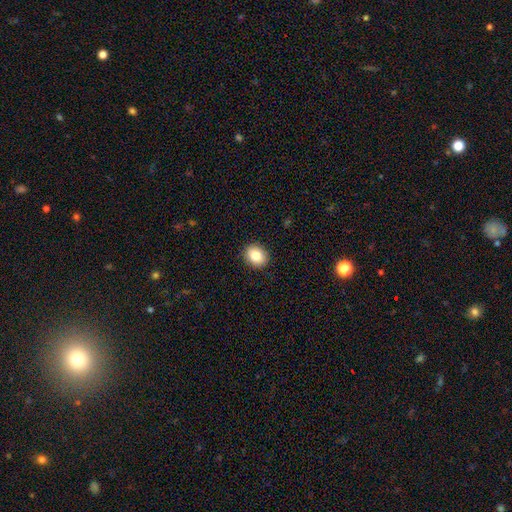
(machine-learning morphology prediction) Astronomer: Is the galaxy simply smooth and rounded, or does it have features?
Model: smooth — 83%.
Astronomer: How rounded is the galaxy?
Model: round — 58% (runner-up: in between, 41%).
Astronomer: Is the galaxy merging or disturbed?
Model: none — 91%.